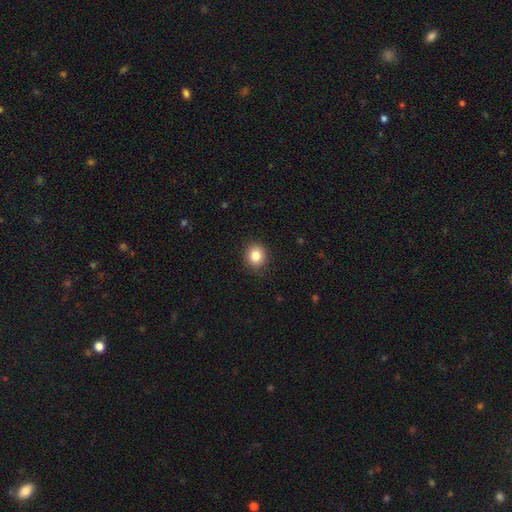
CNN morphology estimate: smooth_or_featured: smooth (p=0.84) [alt: star or artifact p=0.10]
how_rounded: round (p=0.81) [alt: in between p=0.18]
merging: none (p=0.90) [alt: minor disturbance p=0.07]